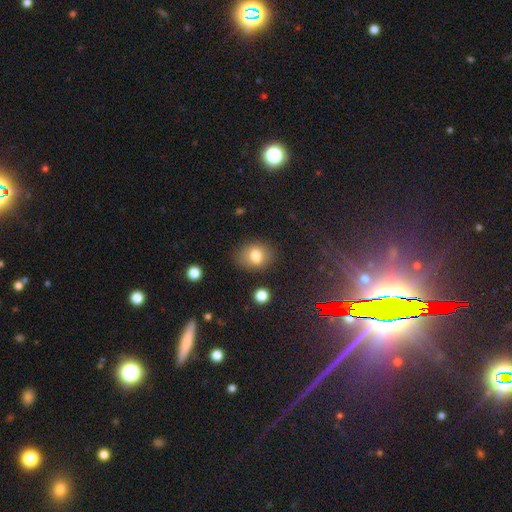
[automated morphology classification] Smooth or featured?
  - smooth: 78% *
  - featured or disk: 11%
  - star or artifact: 11%
How rounded?
  - in between: 56% *
  - round: 42%
  - cigar-shaped: 1%
Merging?
  - none: 77% *
  - minor disturbance: 15%
  - major disturbance: 5%
  - merger: 4%